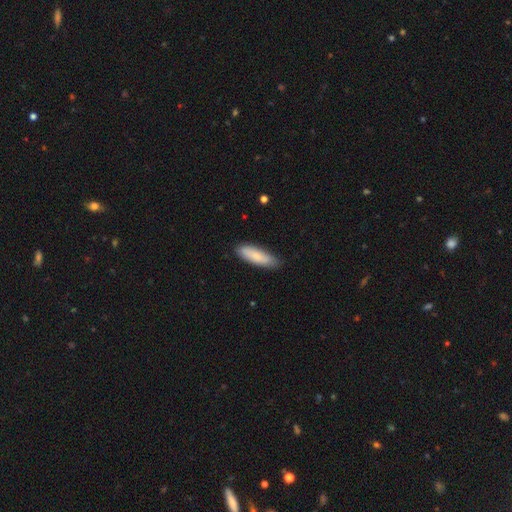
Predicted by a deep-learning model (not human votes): Smooth or featured?
  - smooth: 83% *
  - featured or disk: 12%
  - star or artifact: 5%
How rounded?
  - in between: 51% *
  - cigar-shaped: 47%
  - round: 2%
Merging?
  - none: 81% *
  - minor disturbance: 15%
  - major disturbance: 2%
  - merger: 1%